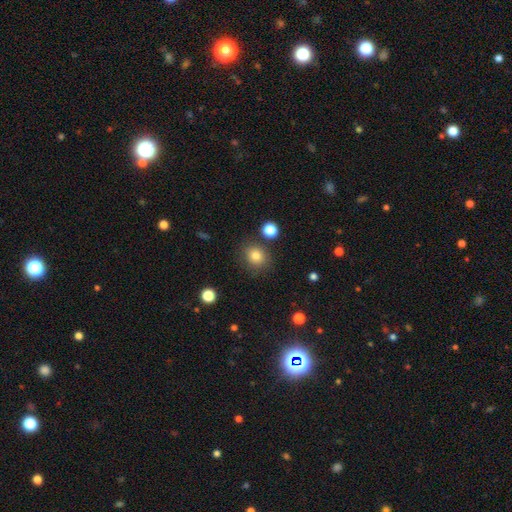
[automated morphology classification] smooth-or-featured: smooth: 81% | star or artifact: 11% | featured or disk: 8%
  how-rounded: round: 79% | in between: 20% | cigar-shaped: 1%
  merging: none: 82% | minor disturbance: 10% | merger: 4% | major disturbance: 3%